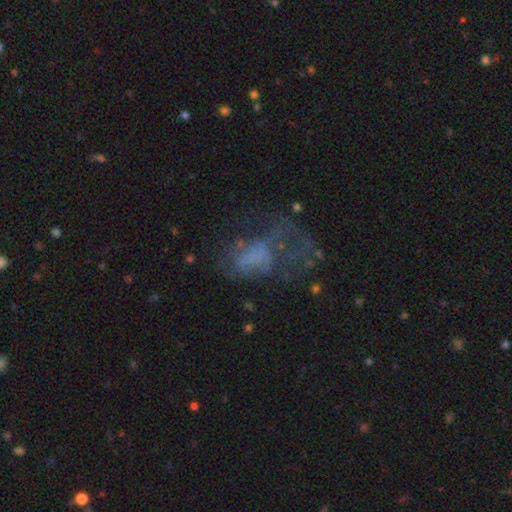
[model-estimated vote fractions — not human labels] smooth-or-featured: featured or disk: 45% | smooth: 33% | star or artifact: 22%
  merging: major disturbance: 54% | none: 25% | minor disturbance: 15% | merger: 6%